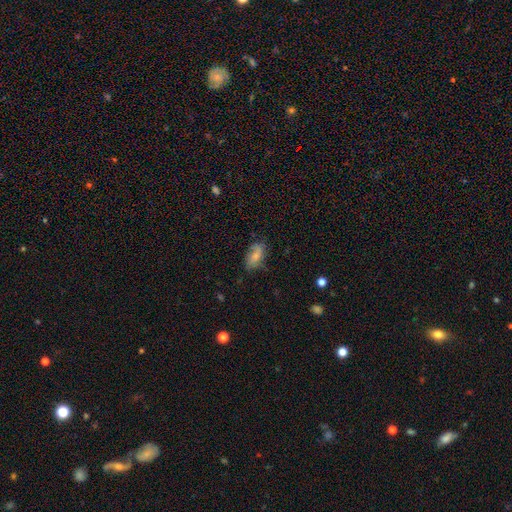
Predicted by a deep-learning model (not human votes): smooth_or_featured: smooth (p=0.62) [alt: featured or disk p=0.30]
how_rounded: in between (p=0.90) [alt: round p=0.06]
merging: none (p=0.62) [alt: minor disturbance p=0.27]